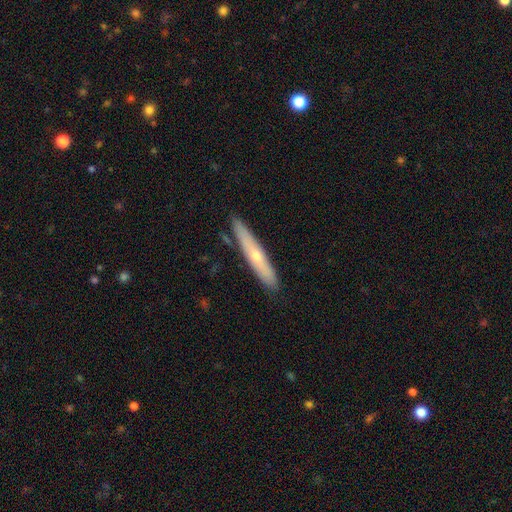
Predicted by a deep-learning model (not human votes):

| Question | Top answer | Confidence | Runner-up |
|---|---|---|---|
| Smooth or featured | smooth | 47% | tied: featured or disk (47%) |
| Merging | none | 86% | minor disturbance (10%) |